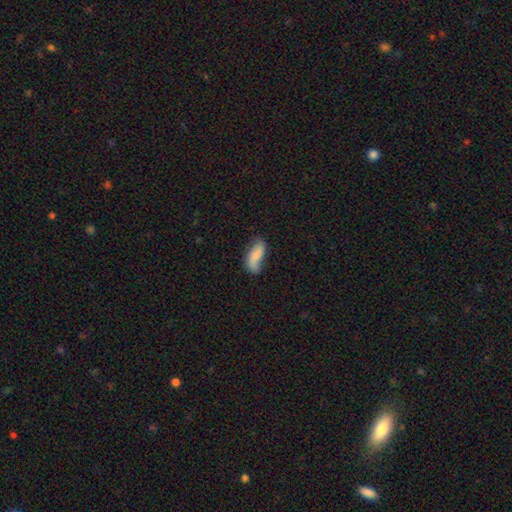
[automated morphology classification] Smooth or featured? Predicted: smooth (p=0.57). How rounded? Predicted: in between (p=0.80). Merging? Predicted: none (p=0.54).